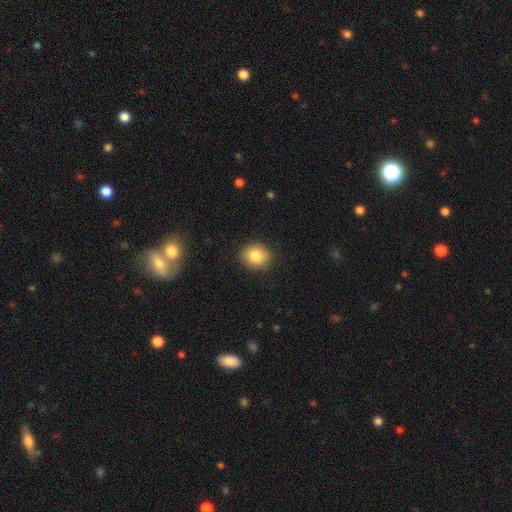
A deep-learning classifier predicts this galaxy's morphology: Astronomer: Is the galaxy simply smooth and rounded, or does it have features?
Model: smooth — 83%.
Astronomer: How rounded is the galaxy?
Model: round — 67%.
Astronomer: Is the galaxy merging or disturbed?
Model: none — 89%.